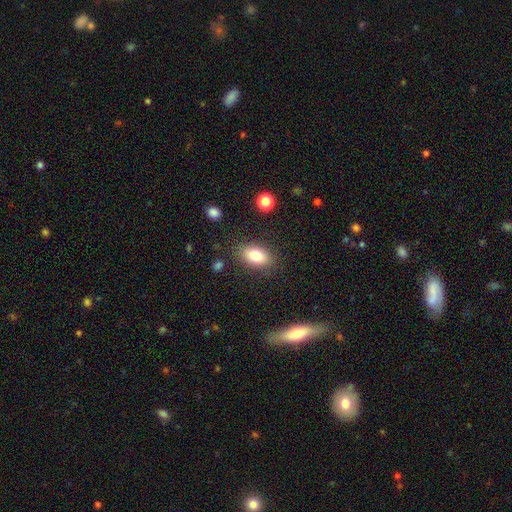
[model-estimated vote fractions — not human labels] smooth 81%, featured or disk 10%, star or artifact 8%. Down the decision tree: how rounded — in between (89%); merging — none (83%).